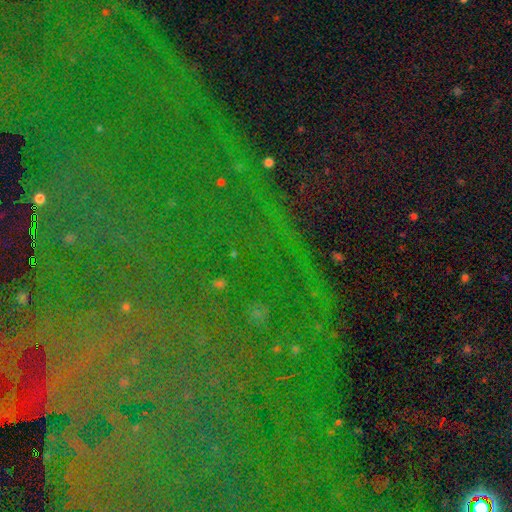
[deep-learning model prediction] smooth-or-featured: star or artifact: 83% | featured or disk: 8% | smooth: 8%